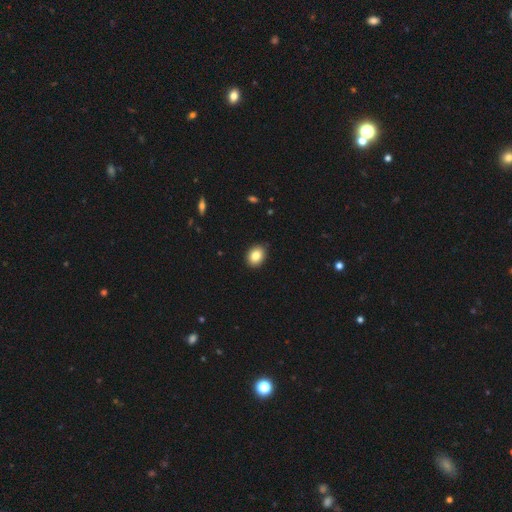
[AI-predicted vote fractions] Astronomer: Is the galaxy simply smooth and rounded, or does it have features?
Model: smooth — 85%.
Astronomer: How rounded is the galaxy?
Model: in between — 60% (runner-up: round, 39%).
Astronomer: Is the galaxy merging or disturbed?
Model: none — 90%.